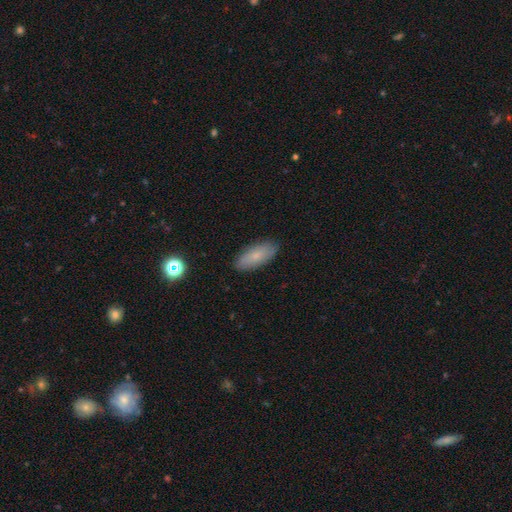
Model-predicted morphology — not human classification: Smooth or featured: smooth — 77% (featured or disk — 16%)
How rounded: in between — 81% (cigar-shaped — 17%)
Merging: none — 87% (minor disturbance — 10%)